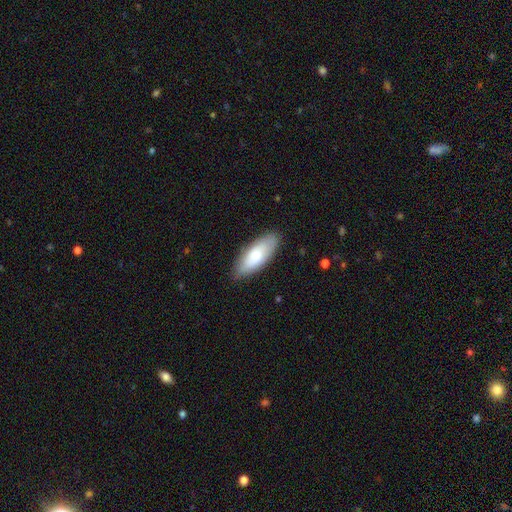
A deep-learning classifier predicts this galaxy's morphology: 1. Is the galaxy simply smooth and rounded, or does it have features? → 70% smooth, 24% featured or disk, 6% star or artifact.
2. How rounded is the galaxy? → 78% in between, 20% cigar-shaped, 2% round.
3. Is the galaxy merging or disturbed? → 83% none, 13% minor disturbance, 3% major disturbance, 1% merger.